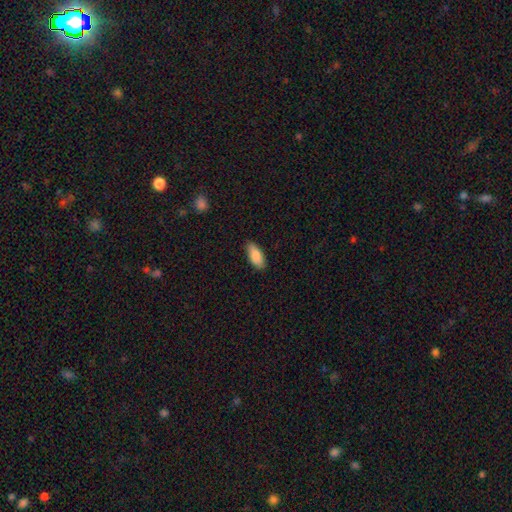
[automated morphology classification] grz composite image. It shows a smooth galaxy with no disk features (88%) that is in between round and cigar-shaped (87%). Merging: none (83%).